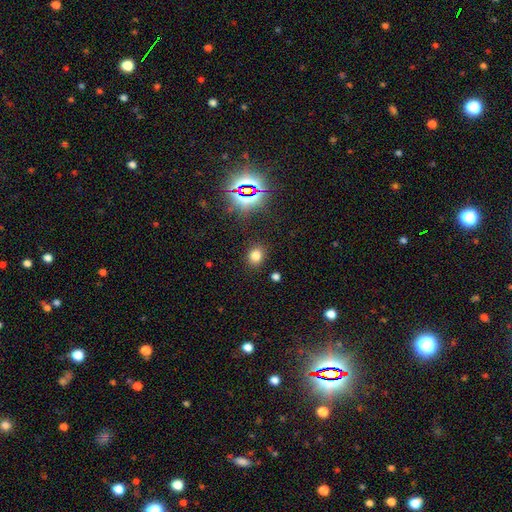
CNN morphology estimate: Smooth or featured? Predicted: smooth (p=0.75). How rounded? Predicted: round (p=0.65). Merging? Predicted: none (p=0.86).